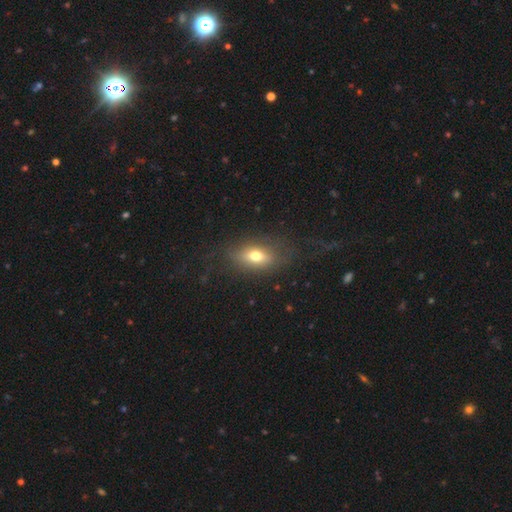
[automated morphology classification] This is likely a smooth galaxy (65%). How rounded: likely in between (79%). Merging: likely none (69%).